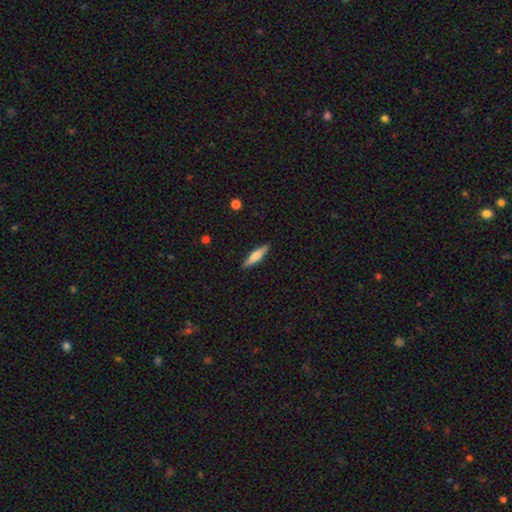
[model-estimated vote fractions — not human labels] Smooth or featured? smooth (63%)
How rounded? cigar-shaped (76%)
Merging? none (89%)